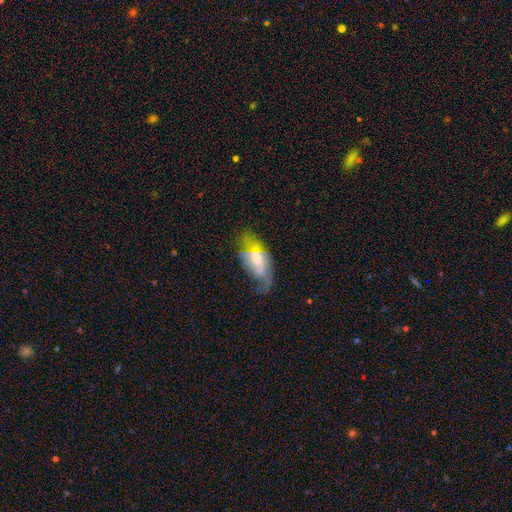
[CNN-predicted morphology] Smooth or featured?
  - featured or disk: 50% *
  - smooth: 40%
  - star or artifact: 9%
Edge-on disk?
  - no: 83% *
  - yes: 17%
Merging?
  - major disturbance: 33% * (tied)
  - none: 33% * (tied)
  - minor disturbance: 28%
  - merger: 6%